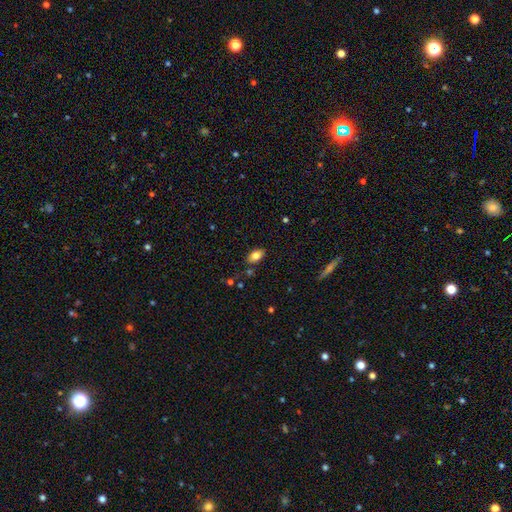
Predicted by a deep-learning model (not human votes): Smooth or featured: smooth — 80% (featured or disk — 11%)
How rounded: in between — 89% (round — 8%)
Merging: none — 80% (minor disturbance — 13%)